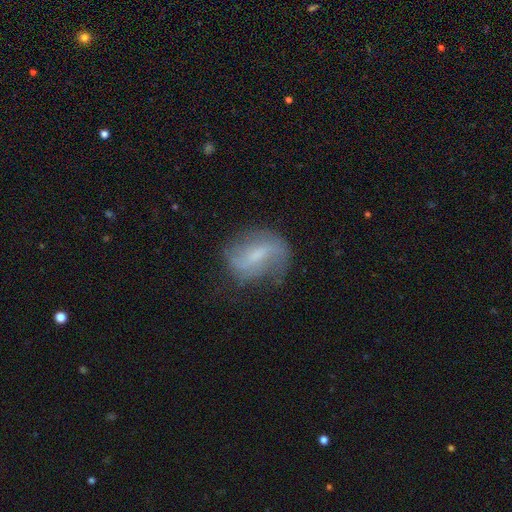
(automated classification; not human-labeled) Smooth or featured? featured or disk (56%)
Edge-on disk? no (94%)
Bar? weak (49%)
Spiral arms? yes (72%)
Bulge size? small (45%)
Merging? none (59%)